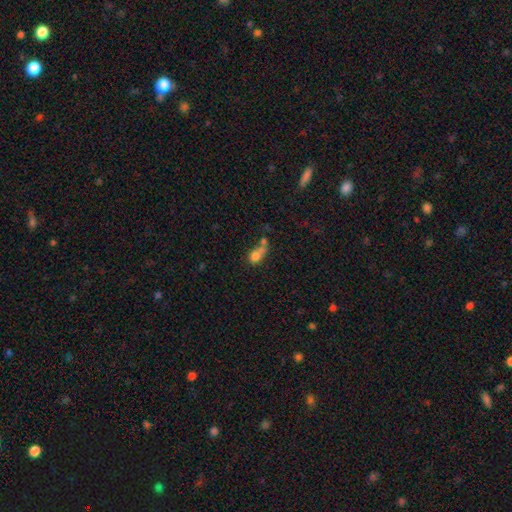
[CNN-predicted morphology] Q: Smooth or featured?
A: smooth (71%); runner-up: featured or disk (17%)
Q: How rounded?
A: round (49%); runner-up: in between (47%)
Q: Merging?
A: merger (51%); runner-up: none (24%)